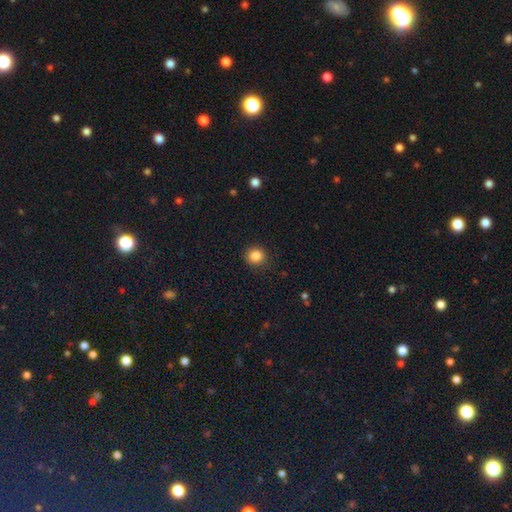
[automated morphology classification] Overall: smooth (85%). How rounded: round (90%). Merging: none (90%).